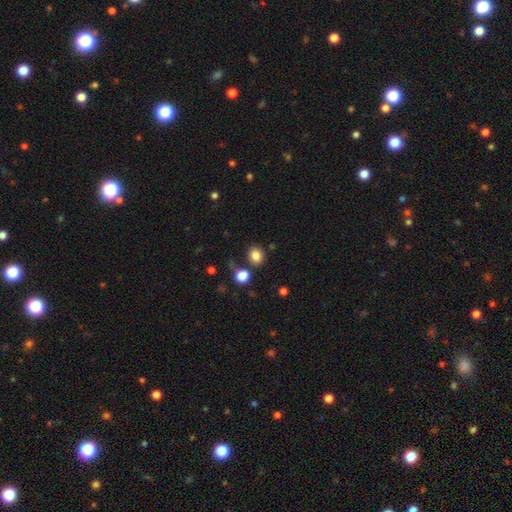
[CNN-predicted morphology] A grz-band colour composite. It shows a smooth galaxy with no disk features (83%) that is round (65%). Merging: none (79%).